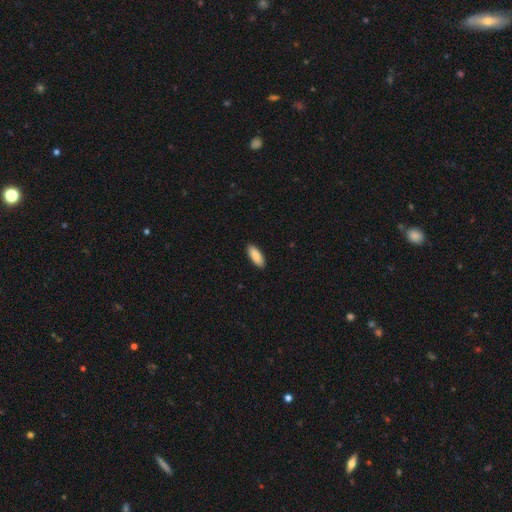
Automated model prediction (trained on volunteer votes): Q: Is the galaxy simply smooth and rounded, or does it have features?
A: smooth — 87%.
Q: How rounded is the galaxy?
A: in between — 73%.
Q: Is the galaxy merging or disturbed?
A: none — 91%.